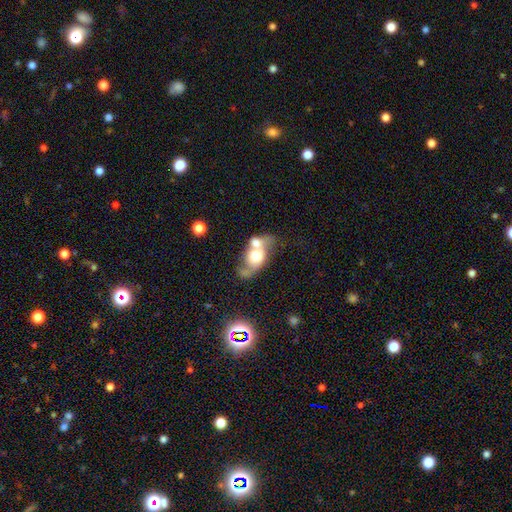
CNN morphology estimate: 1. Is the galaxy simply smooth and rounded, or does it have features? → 46% smooth, 45% featured or disk, 9% star or artifact.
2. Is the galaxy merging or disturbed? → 54% merger, 25% none, 12% minor disturbance, 9% major disturbance.